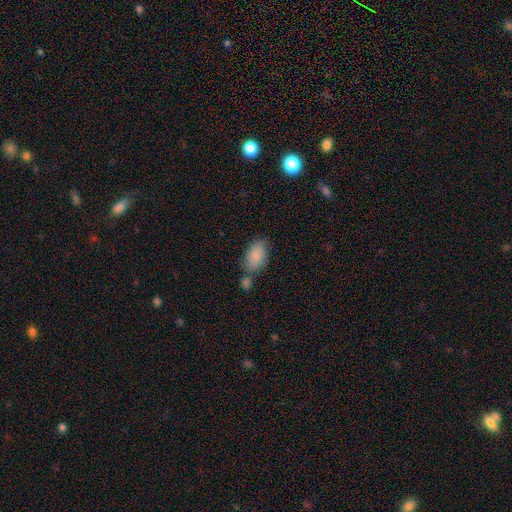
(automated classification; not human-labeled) smooth_or_featured: smooth (p=0.85) [alt: featured or disk p=0.09]
how_rounded: in between (p=0.93) [alt: round p=0.05]
merging: none (p=0.54) [alt: merger p=0.22]